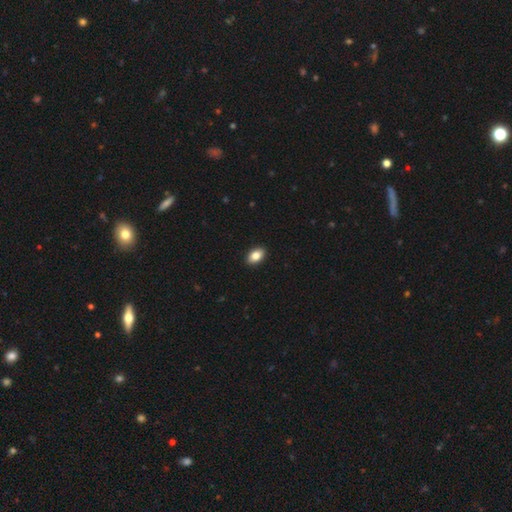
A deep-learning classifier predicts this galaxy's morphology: Smooth or featured? smooth (85%)
How rounded? in between (90%)
Merging? none (91%)